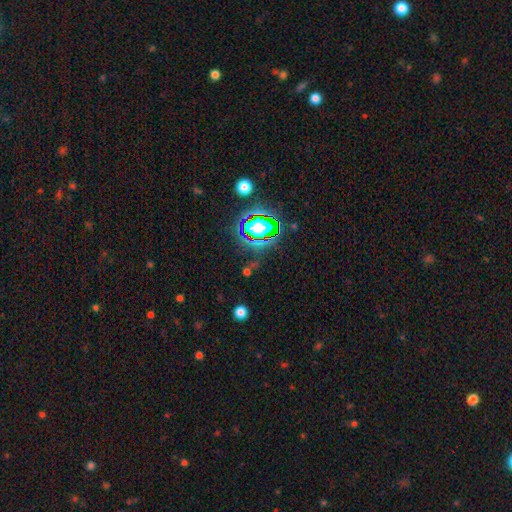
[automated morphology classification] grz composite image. It shows a star or artifact, not a galaxy (79%).